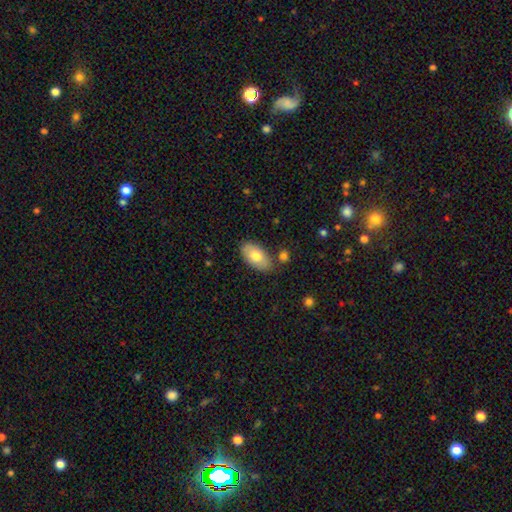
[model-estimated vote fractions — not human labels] smooth-or-featured: smooth: 75% | featured or disk: 19% | star or artifact: 6%
  how-rounded: in between: 94% | round: 4% | cigar-shaped: 2%
  merging: none: 78% | minor disturbance: 14% | merger: 5% | major disturbance: 3%